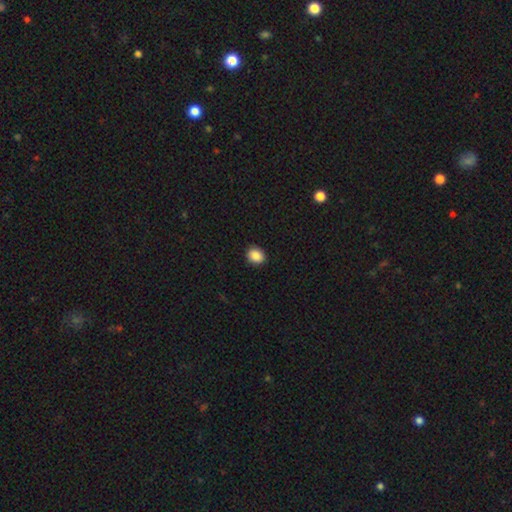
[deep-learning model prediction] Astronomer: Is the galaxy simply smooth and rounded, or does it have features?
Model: smooth — 88%.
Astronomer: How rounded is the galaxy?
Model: round — 64%.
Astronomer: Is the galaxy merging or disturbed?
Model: none — 90%.